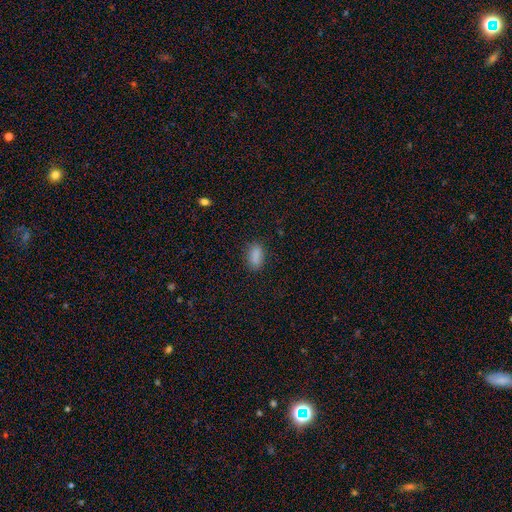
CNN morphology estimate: This appears to be a smooth galaxy with no disk features (85%) that is in between round and cigar-shaped (88%). Merging: none (81%).